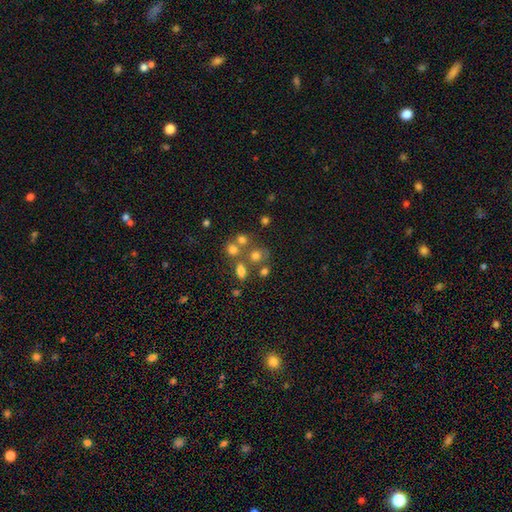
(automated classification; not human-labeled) Q: Smooth or featured?
A: smooth (67%); runner-up: star or artifact (18%)
Q: How rounded?
A: round (71%); runner-up: in between (28%)
Q: Merging?
A: none (52%); runner-up: merger (29%)